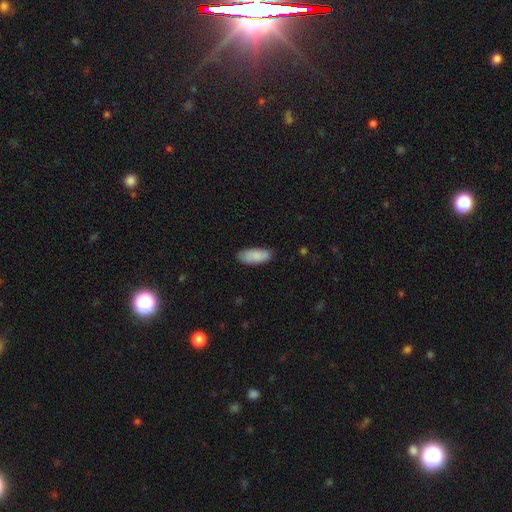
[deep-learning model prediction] smooth-or-featured: smooth: 85% | featured or disk: 9% | star or artifact: 6%
  how-rounded: in between: 82% | cigar-shaped: 16% | round: 2%
  merging: none: 80% | minor disturbance: 16% | major disturbance: 3% | merger: 1%